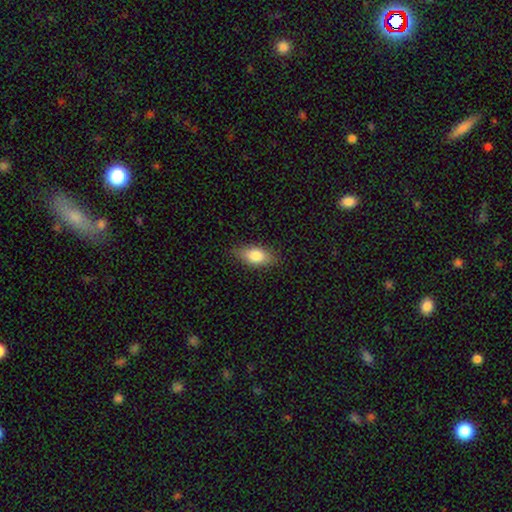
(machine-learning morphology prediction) Smooth or featured?
  - smooth: 80% *
  - featured or disk: 13%
  - star or artifact: 7%
How rounded?
  - in between: 86% *
  - cigar-shaped: 9%
  - round: 5%
Merging?
  - none: 84% *
  - minor disturbance: 12%
  - major disturbance: 3%
  - merger: 1%